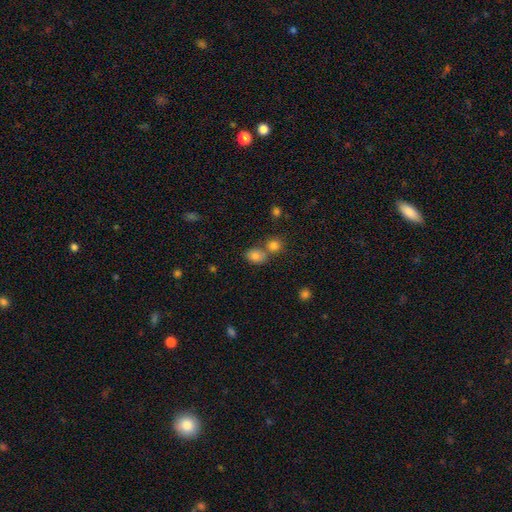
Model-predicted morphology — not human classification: Smooth or featured: smooth — 80% (star or artifact — 12%)
How rounded: in between — 61% (round — 38%)
Merging: none — 53% (merger — 32%)